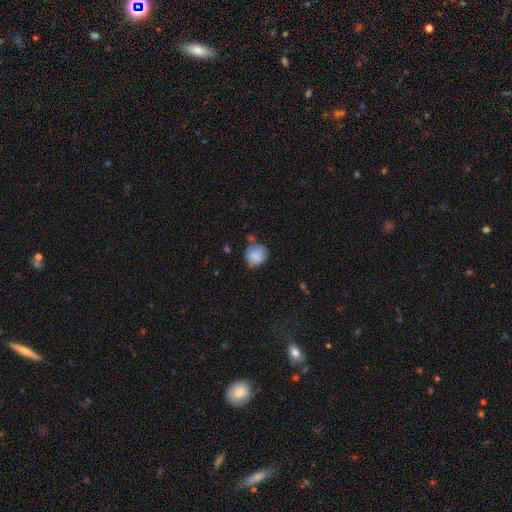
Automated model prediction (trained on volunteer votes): Smooth or featured? Predicted: smooth (p=0.83). How rounded? Predicted: round (p=0.77). Merging? Predicted: none (p=0.56).